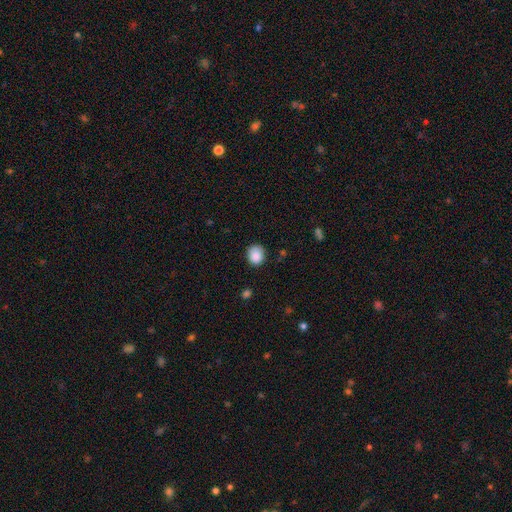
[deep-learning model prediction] smooth-or-featured: smooth: 87% | star or artifact: 9% | featured or disk: 4%
  how-rounded: round: 73% | in between: 26% | cigar-shaped: 1%
  merging: none: 76% | minor disturbance: 19% | major disturbance: 4% | merger: 2%